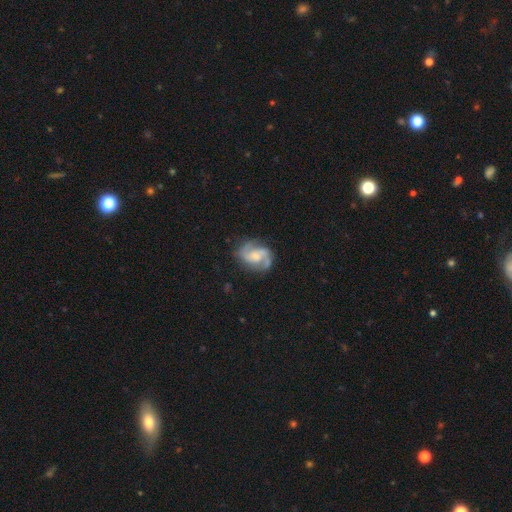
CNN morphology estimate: This is clearly a featured or disk galaxy (84%). It is clearly not viewed edge-on (98%). Bar: possibly no (53%). Spiral arm pattern: clearly yes (96%). Spiral arm count: clearly 2 (83%). Spiral winding: possibly medium (54%). Central bulge: marginally small (41%). Merging: likely none (71%).